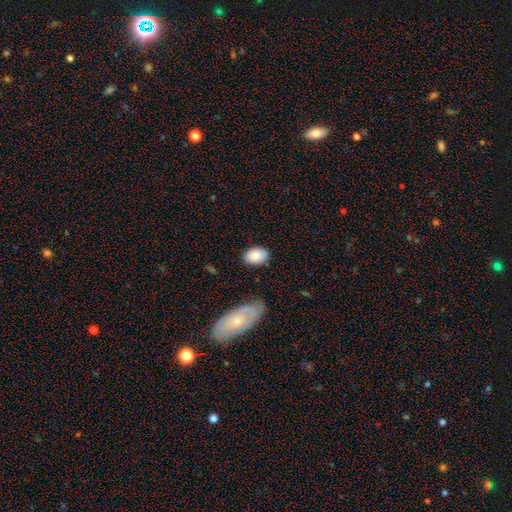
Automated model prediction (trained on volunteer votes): Smooth or featured? smooth (86%)
How rounded? in between (86%)
Merging? none (79%)